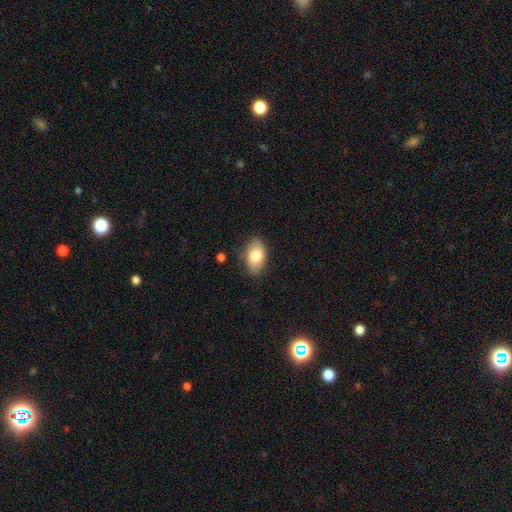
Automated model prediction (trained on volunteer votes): This is clearly a smooth galaxy (82%). How rounded: clearly in between (92%). Merging: likely none (80%).